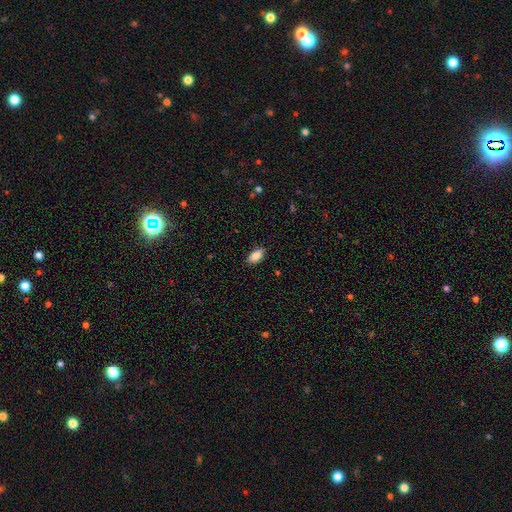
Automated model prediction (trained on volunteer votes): smooth-or-featured: smooth: 86% | star or artifact: 7% | featured or disk: 7%
  how-rounded: in between: 91% | cigar-shaped: 6% | round: 3%
  merging: none: 87% | minor disturbance: 10% | major disturbance: 2% | merger: 1%